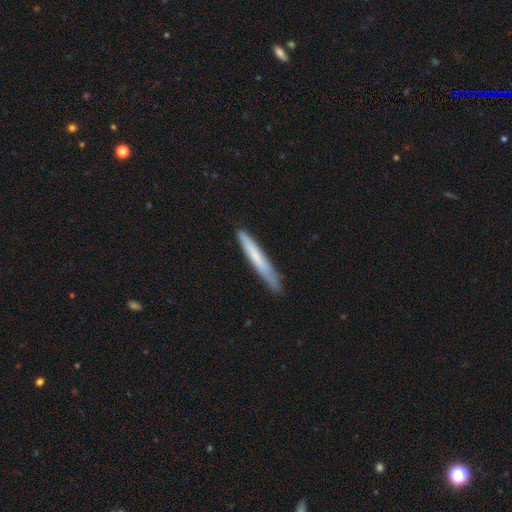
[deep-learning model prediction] Smooth or featured: smooth — 64% (featured or disk — 30%)
How rounded: cigar-shaped — 96% (in between — 3%)
Merging: none — 83% (minor disturbance — 13%)